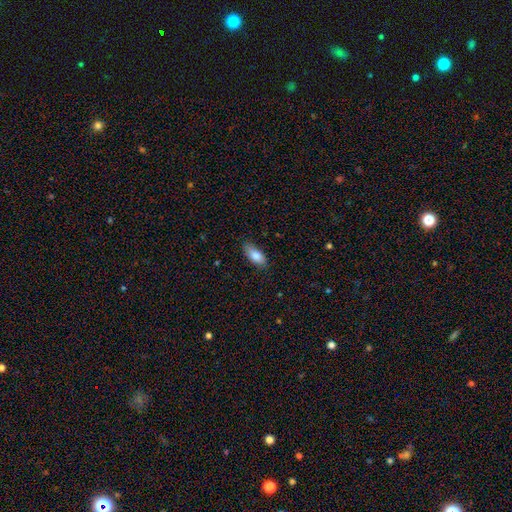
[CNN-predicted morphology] A smooth galaxy with no disk features (82%) that is in between round and cigar-shaped (84%). Merging: none (81%).